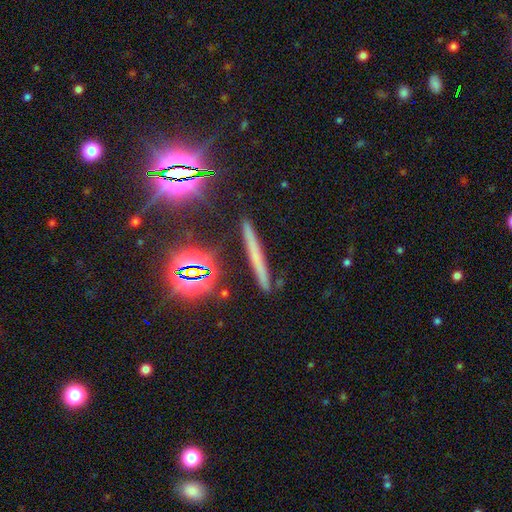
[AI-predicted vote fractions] smooth 41%, featured or disk 33%, star or artifact 25%. Down the decision tree: merging — none (88%).